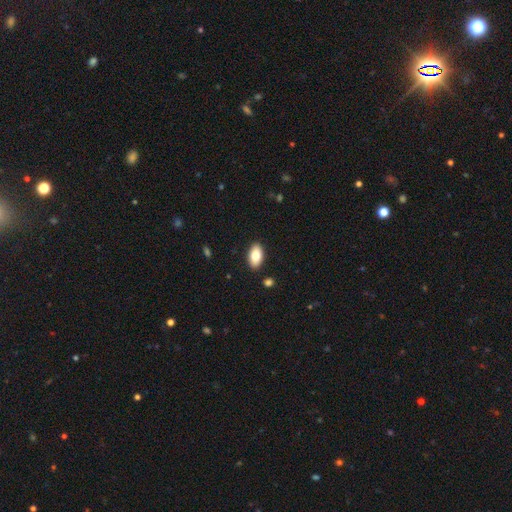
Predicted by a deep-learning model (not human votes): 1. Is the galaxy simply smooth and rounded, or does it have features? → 81% smooth, 12% featured or disk, 7% star or artifact.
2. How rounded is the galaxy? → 93% in between, 4% round, 3% cigar-shaped.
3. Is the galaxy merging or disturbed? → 89% none, 8% minor disturbance, 2% major disturbance, 1% merger.